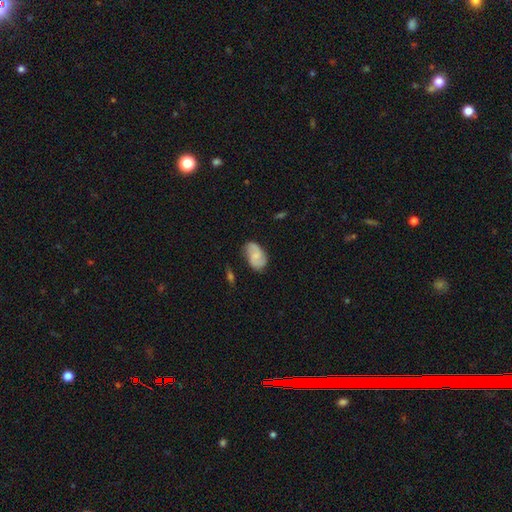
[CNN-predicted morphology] Smooth or featured?
  - smooth: 50% *
  - featured or disk: 42%
  - star or artifact: 7%
How rounded?
  - in between: 90% *
  - round: 8%
  - cigar-shaped: 2%
Merging?
  - none: 66% *
  - minor disturbance: 25%
  - major disturbance: 6%
  - merger: 3%